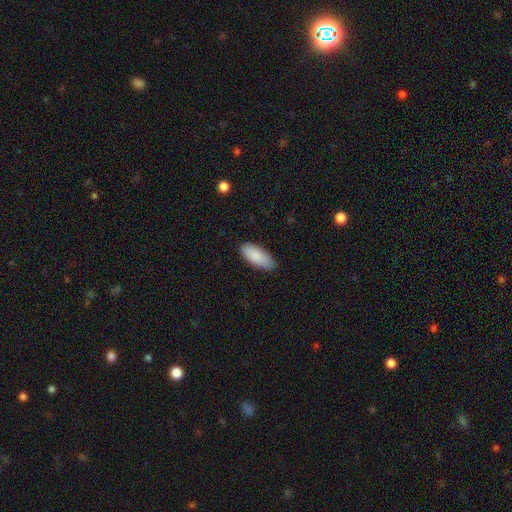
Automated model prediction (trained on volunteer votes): This appears to be a smooth galaxy with no disk features (89%) that is in between round and cigar-shaped (83%). Merging: none (85%).